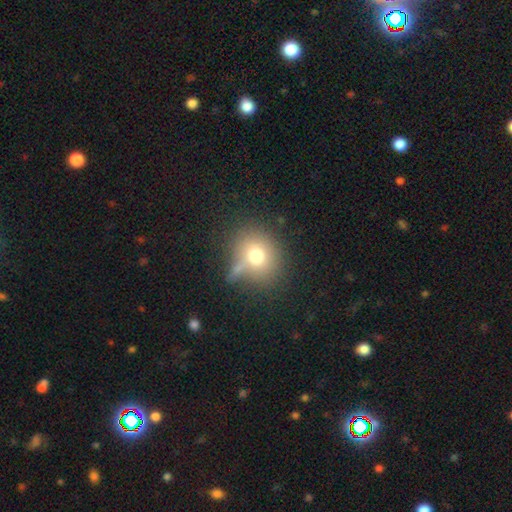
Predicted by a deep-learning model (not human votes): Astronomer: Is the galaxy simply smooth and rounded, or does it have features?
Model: smooth — 71%.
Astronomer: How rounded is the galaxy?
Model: round — 73%.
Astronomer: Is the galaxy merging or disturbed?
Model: none — 60%.